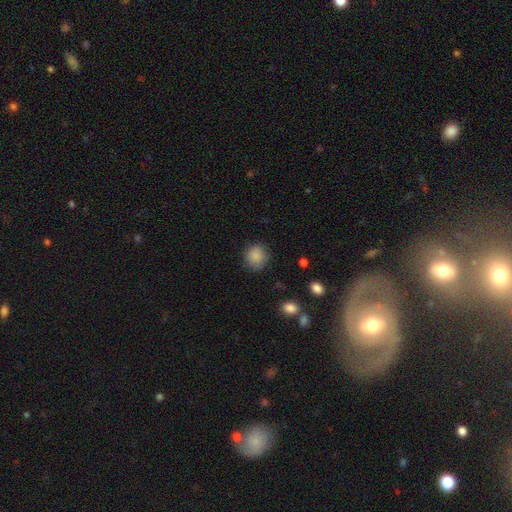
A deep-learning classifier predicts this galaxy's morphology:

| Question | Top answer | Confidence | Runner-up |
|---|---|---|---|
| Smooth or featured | smooth | 87% | star or artifact (9%) |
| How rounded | round | 84% | in between (15%) |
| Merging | none | 83% | minor disturbance (12%) |